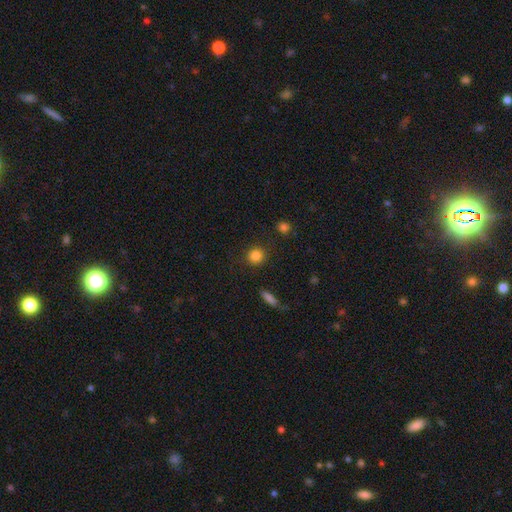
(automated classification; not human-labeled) smooth_or_featured: smooth (p=0.84) [alt: star or artifact p=0.11]
how_rounded: round (p=0.89) [alt: in between p=0.10]
merging: none (p=0.89) [alt: minor disturbance p=0.07]